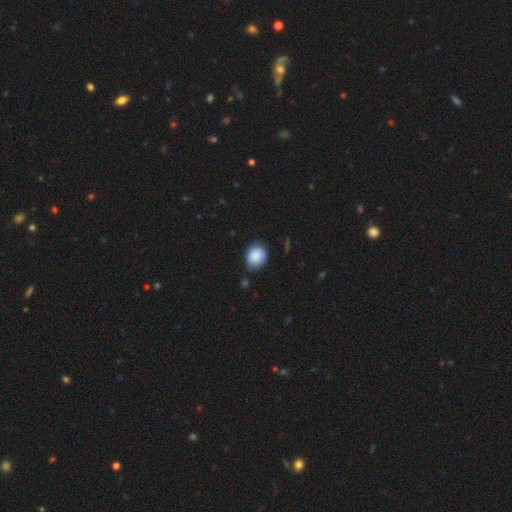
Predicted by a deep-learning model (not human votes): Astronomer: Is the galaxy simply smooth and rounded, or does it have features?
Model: smooth — 87%.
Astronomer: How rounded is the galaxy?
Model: round — 51% (runner-up: in between, 48%).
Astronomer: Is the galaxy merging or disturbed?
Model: none — 73%.